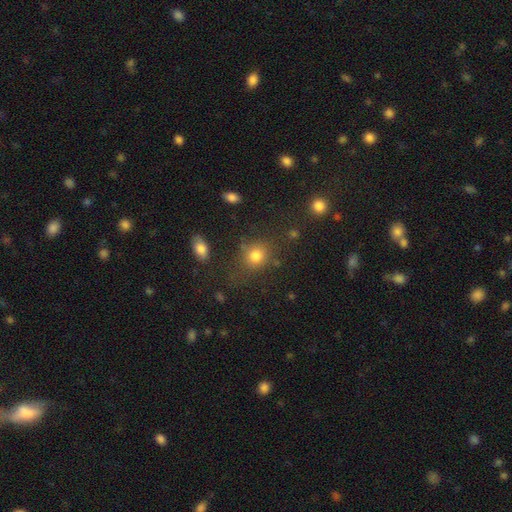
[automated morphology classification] smooth-or-featured: smooth: 80% | star or artifact: 13% | featured or disk: 8%
  how-rounded: round: 68% | in between: 31% | cigar-shaped: 1%
  merging: none: 70% | minor disturbance: 15% | major disturbance: 8% | merger: 6%